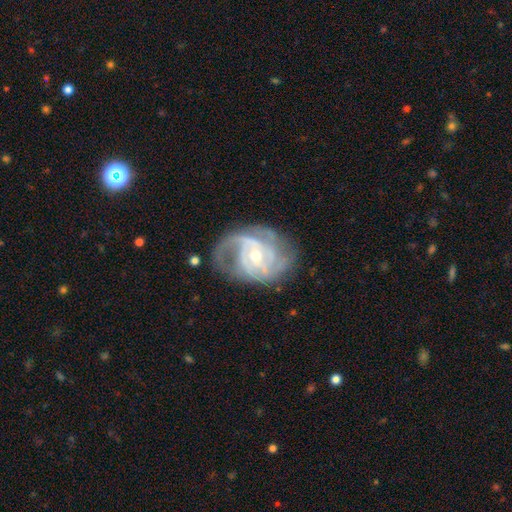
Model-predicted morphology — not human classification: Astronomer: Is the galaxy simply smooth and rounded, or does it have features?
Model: featured or disk — 89%.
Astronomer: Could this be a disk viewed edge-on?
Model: no — 97%.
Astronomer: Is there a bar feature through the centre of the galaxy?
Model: no — 46% (runner-up: weak, 40%).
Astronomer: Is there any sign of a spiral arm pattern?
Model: yes — 96%.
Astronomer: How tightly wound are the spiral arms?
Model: tight — 49% (runner-up: medium, 40%).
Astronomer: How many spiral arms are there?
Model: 2 — 32% (runner-up: 3, 27%).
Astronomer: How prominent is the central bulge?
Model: small — 52% (runner-up: moderate, 45%).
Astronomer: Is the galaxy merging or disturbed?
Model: none — 62%.